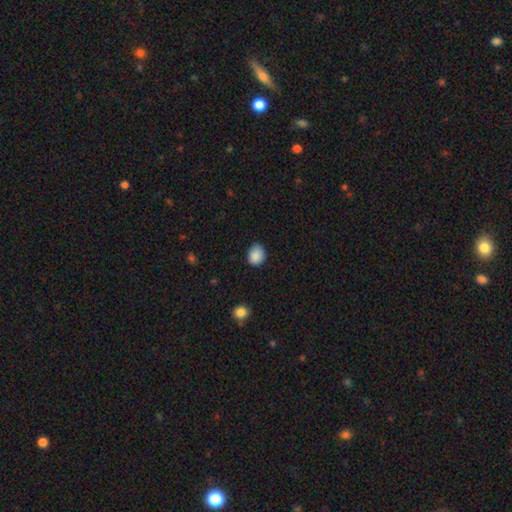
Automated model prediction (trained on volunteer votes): Smooth or featured? Predicted: smooth (p=0.88). How rounded? Predicted: round (p=0.61). Merging? Predicted: none (p=0.80).